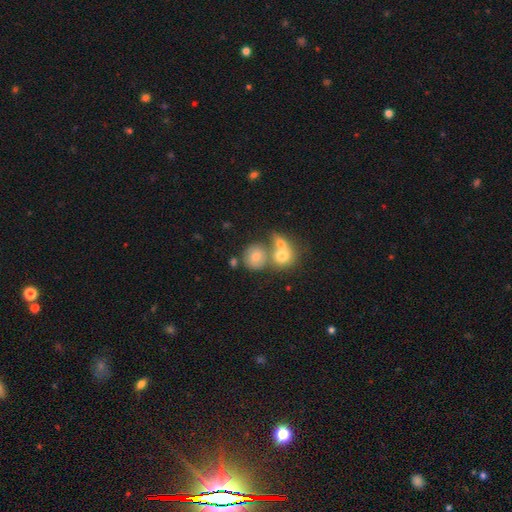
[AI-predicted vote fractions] Smooth or featured: smooth — 68% (featured or disk — 20%)
How rounded: round — 81% (in between — 18%)
Merging: none — 45% (merger — 40%)